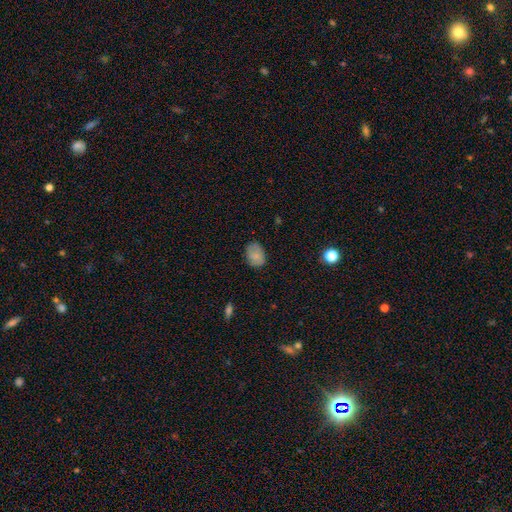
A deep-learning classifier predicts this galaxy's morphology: A smooth galaxy with no disk features (79%) that is in between round and cigar-shaped (72%).

Vote fractions:
- Smooth or featured? smooth: 79% / featured or disk: 12% / star or artifact: 9%
- How rounded? in between: 72% / round: 27% / cigar-shaped: 1%
- Merging? none: 75% / minor disturbance: 19% / major disturbance: 4% / merger: 1%